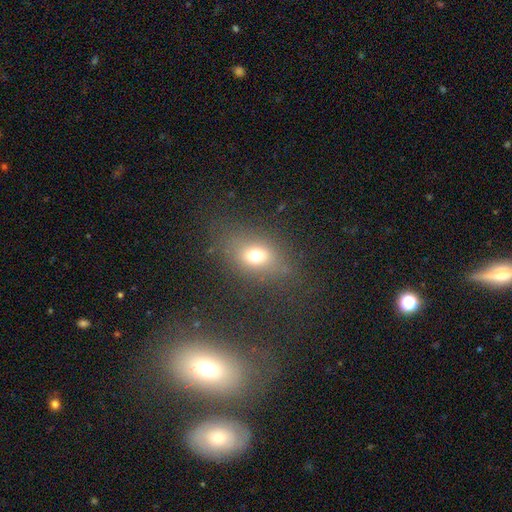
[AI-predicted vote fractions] A smooth galaxy with no disk features (69%) that is in between round and cigar-shaped (64%).

Vote fractions:
- Smooth or featured? smooth: 69% / star or artifact: 17% / featured or disk: 14%
- How rounded? in between: 64% / round: 34% / cigar-shaped: 2%
- Merging? none: 76% / minor disturbance: 13% / major disturbance: 9% / merger: 2%